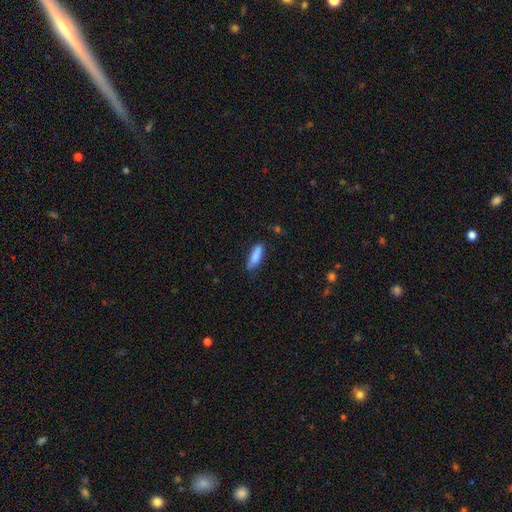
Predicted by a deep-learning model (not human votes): Smooth or featured: smooth — 86% (featured or disk — 8%)
How rounded: cigar-shaped — 55% (in between — 43%)
Merging: none — 77% (minor disturbance — 18%)